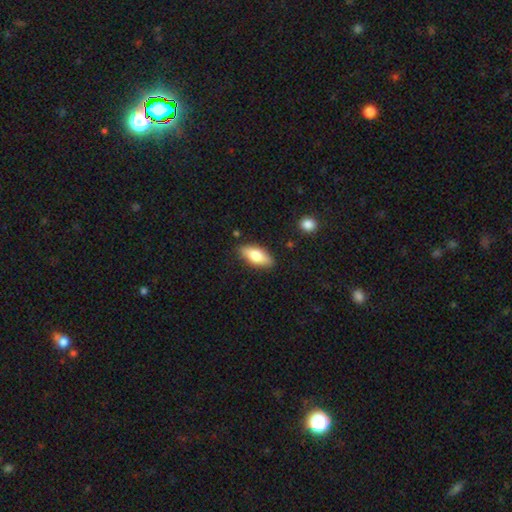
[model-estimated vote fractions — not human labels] smooth 75%, featured or disk 19%, star or artifact 6%. Down the decision tree: how rounded — in between (81%); merging — none (86%).